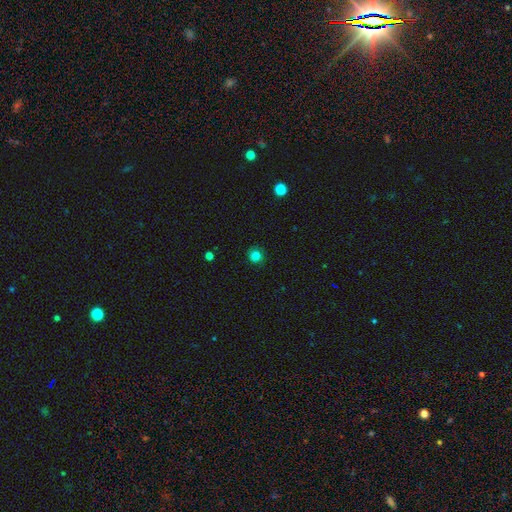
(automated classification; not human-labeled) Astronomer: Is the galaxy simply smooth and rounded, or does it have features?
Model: smooth — 82%.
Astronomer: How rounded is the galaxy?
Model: round — 92%.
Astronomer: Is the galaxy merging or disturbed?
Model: none — 88%.